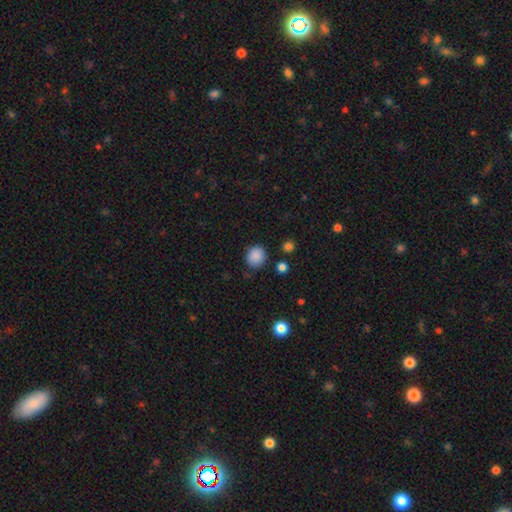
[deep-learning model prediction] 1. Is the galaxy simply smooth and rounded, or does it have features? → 87% smooth, 10% star or artifact, 3% featured or disk.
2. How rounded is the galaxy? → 86% round, 14% in between, 1% cigar-shaped.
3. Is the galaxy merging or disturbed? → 84% none, 10% minor disturbance, 3% major disturbance, 3% merger.